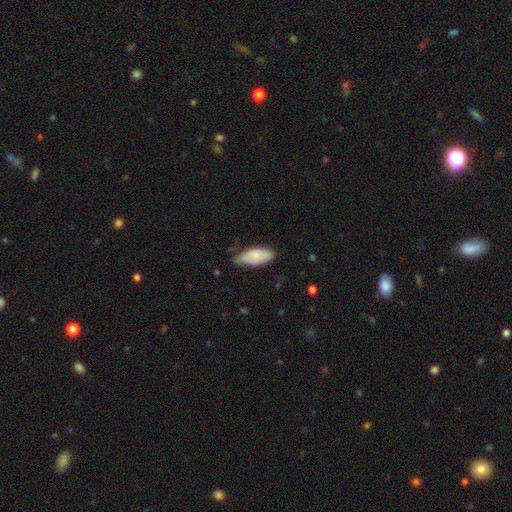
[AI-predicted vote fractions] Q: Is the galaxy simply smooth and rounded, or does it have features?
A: smooth — 81%.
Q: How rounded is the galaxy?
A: in between — 85%.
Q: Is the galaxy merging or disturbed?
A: none — 50%.